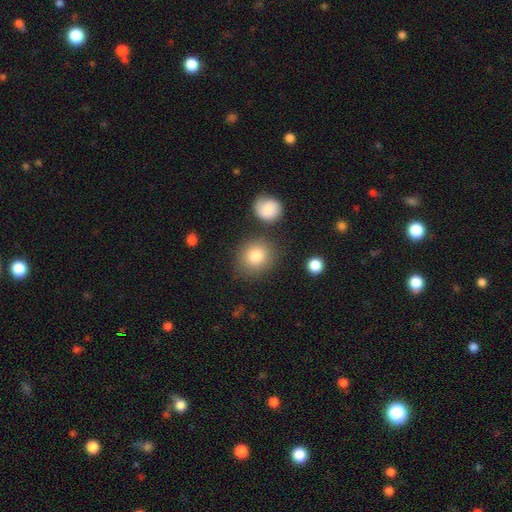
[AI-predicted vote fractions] smooth-or-featured: smooth: 84% | star or artifact: 9% | featured or disk: 8%
  how-rounded: round: 84% | in between: 15% | cigar-shaped: 1%
  merging: none: 80% | minor disturbance: 10% | merger: 6% | major disturbance: 4%